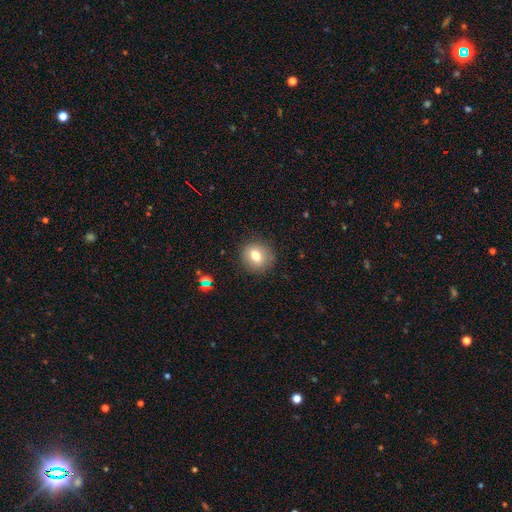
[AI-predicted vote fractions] This appears to be a smooth galaxy with no disk features (75%) that is round (77%). Merging: none (87%).